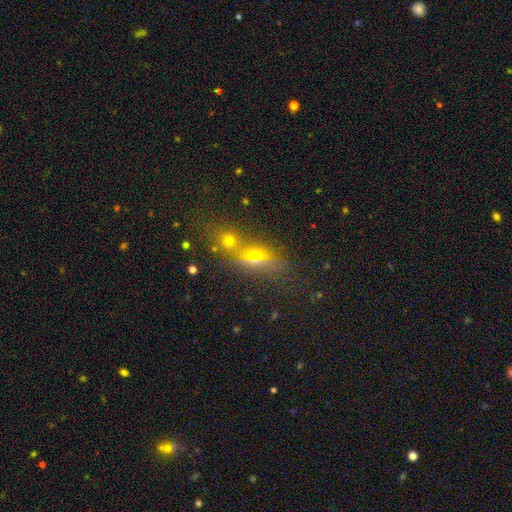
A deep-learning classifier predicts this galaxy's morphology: This is marginally a smooth galaxy (39%). Merging: possibly none (55%).